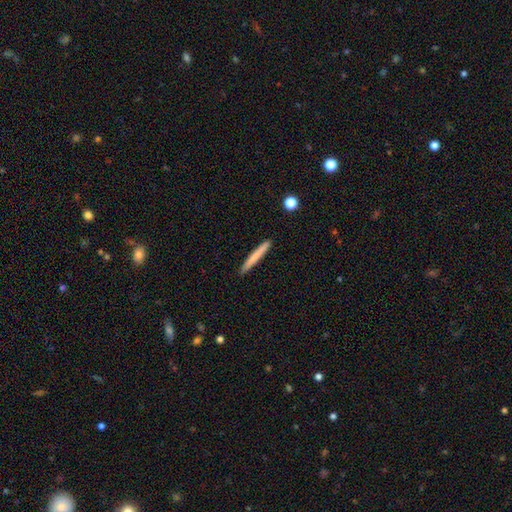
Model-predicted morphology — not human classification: Smooth or featured? smooth (71%)
How rounded? cigar-shaped (96%)
Merging? none (91%)